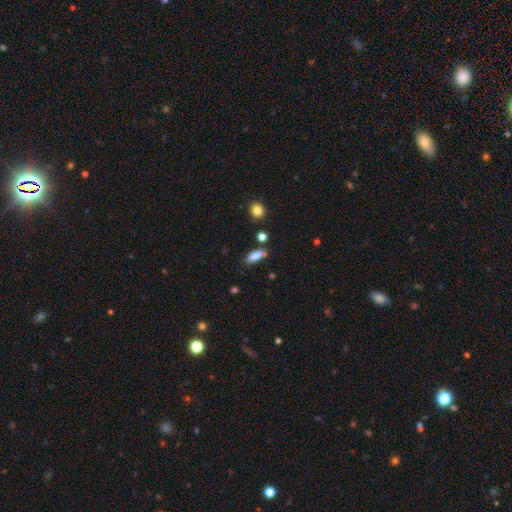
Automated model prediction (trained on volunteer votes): Morphology: type=smooth (84%); roundness=in between (64%); merging=none (71%).